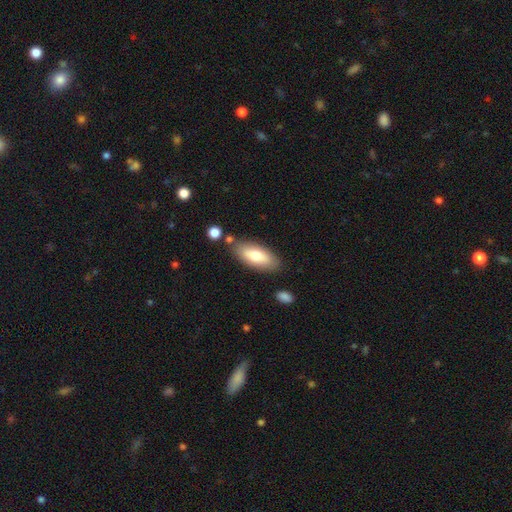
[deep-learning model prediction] This appears to be a smooth galaxy with no disk features (75%) that is in between round and cigar-shaped (81%). Merging: none (79%).